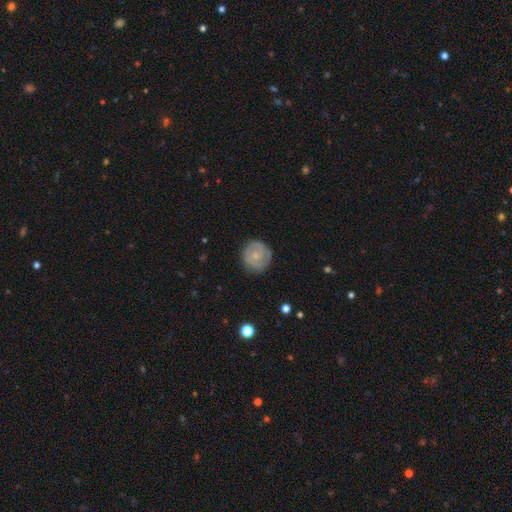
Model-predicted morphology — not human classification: Overall: smooth (48%; featured or disk 45%). Merging: none (79%).